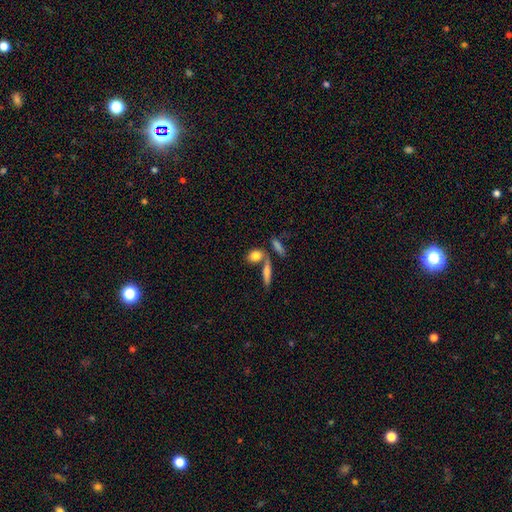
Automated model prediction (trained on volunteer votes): Smooth or featured? smooth (79%)
How rounded? in between (63%)
Merging? none (56%)